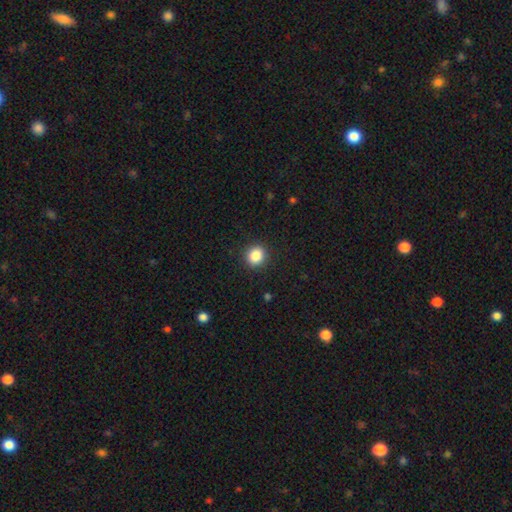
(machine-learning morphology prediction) smooth_or_featured: smooth (p=0.86) [alt: star or artifact p=0.10]
how_rounded: round (p=0.83) [alt: in between p=0.16]
merging: none (p=0.91) [alt: minor disturbance p=0.06]